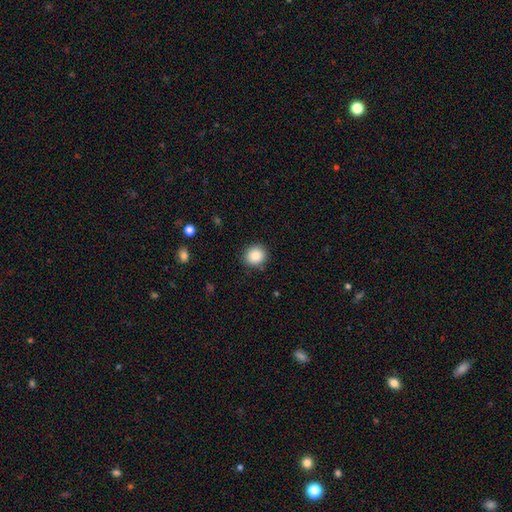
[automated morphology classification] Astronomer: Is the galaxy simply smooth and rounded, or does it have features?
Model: smooth — 87%.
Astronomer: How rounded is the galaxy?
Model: round — 83%.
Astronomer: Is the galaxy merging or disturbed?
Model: none — 88%.